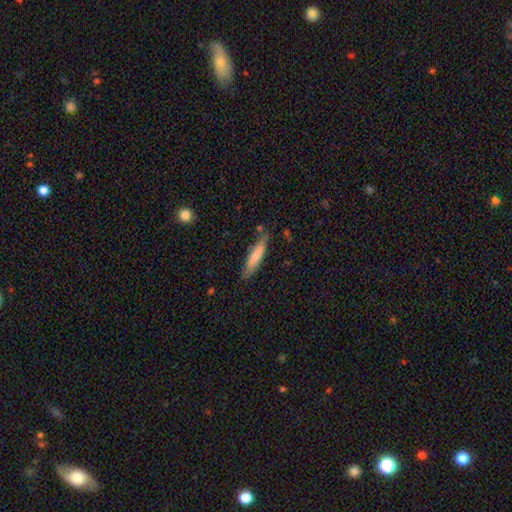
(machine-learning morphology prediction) type=smooth (69%); roundness=cigar-shaped (78%); merging=none (75%).